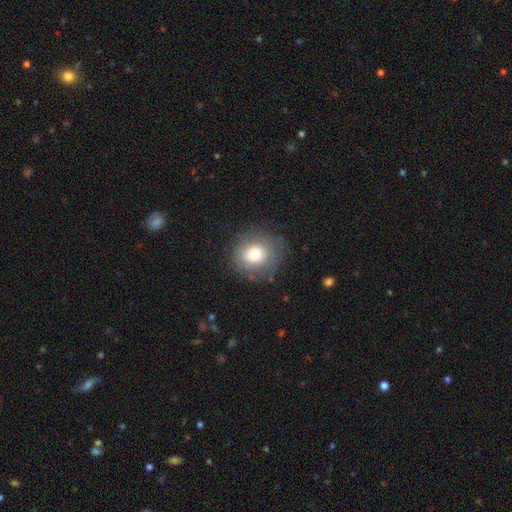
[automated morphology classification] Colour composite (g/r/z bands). It shows a smooth galaxy with no disk features (72%) that is round (84%). Merging: none (75%).